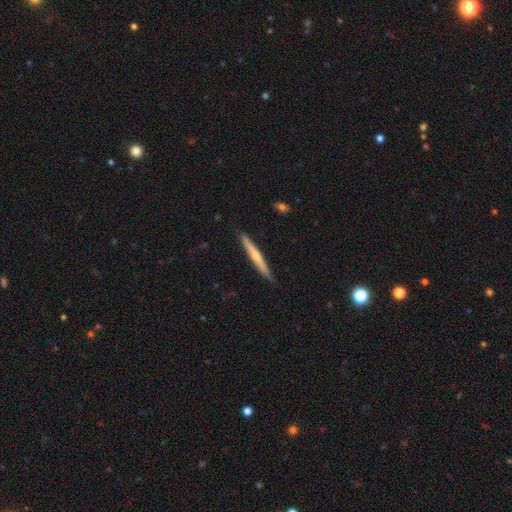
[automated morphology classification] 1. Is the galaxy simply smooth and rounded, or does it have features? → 53% featured or disk, 42% smooth, 5% star or artifact.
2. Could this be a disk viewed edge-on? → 97% yes, 3% no.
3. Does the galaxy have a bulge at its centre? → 62% rounded, 35% none, 4% boxy.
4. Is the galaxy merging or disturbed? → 90% none, 8% minor disturbance, 1% major disturbance, 1% merger.